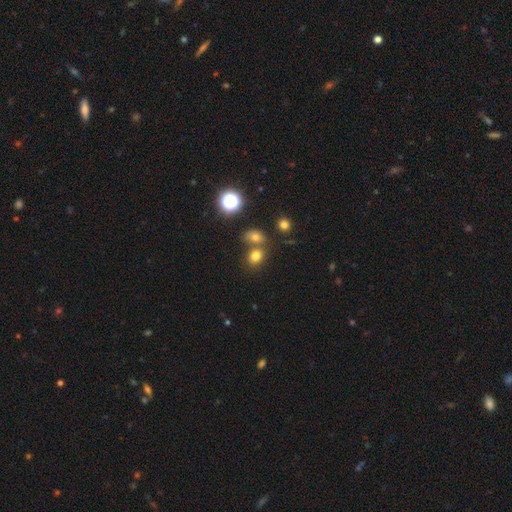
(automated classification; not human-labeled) Smooth or featured: smooth — 73% (star or artifact — 18%)
How rounded: round — 54% (in between — 45%)
Merging: none — 58% (merger — 29%)